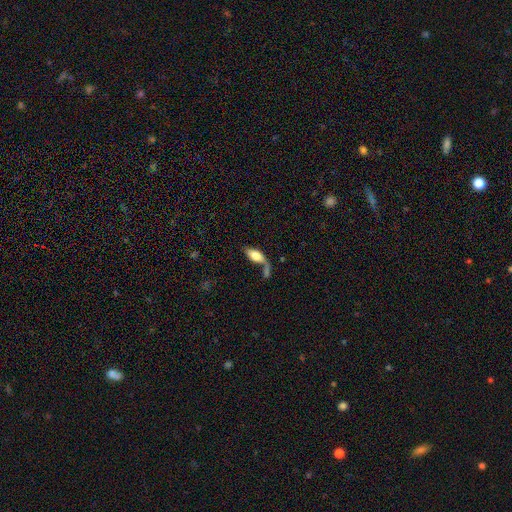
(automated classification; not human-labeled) Overall: smooth (67%). How rounded: in between (83%). Merging: merger (35%; none 29%).